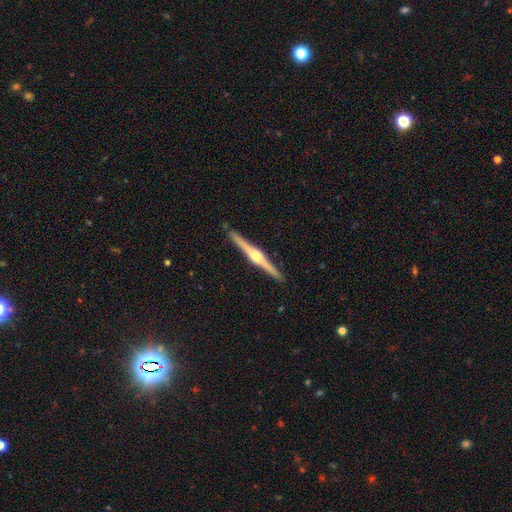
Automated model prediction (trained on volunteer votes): smooth-or-featured: featured or disk: 85% | smooth: 10% | star or artifact: 5%
  disk-edge-on: yes: 99% | no: 1%
    edge-on-bulge: rounded: 90% | boxy: 7% | none: 3%
  merging: none: 93% | minor disturbance: 5% | major disturbance: 1% | merger: 1%